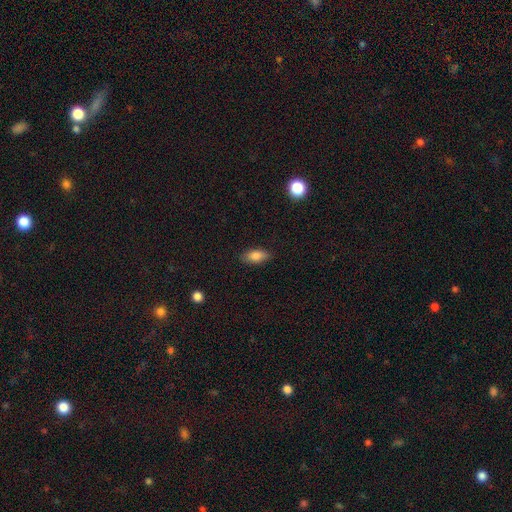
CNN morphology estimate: Smooth or featured? smooth (84%)
How rounded? in between (87%)
Merging? none (84%)